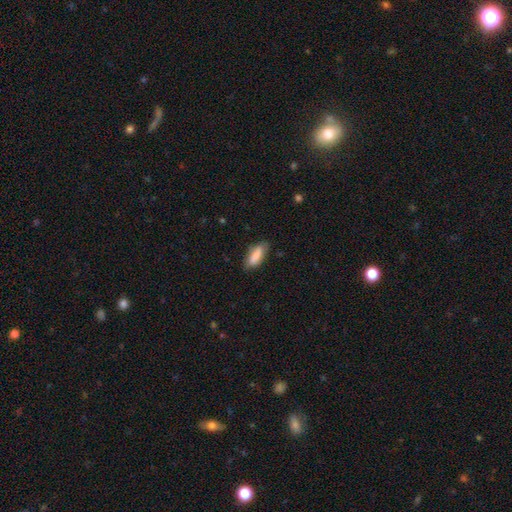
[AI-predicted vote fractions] A smooth galaxy with no disk features (81%) that is in between round and cigar-shaped (75%).

Vote fractions:
- Smooth or featured? smooth: 81% / featured or disk: 13% / star or artifact: 6%
- How rounded? in between: 75% / cigar-shaped: 23% / round: 2%
- Merging? none: 77% / minor disturbance: 18% / major disturbance: 4% / merger: 2%